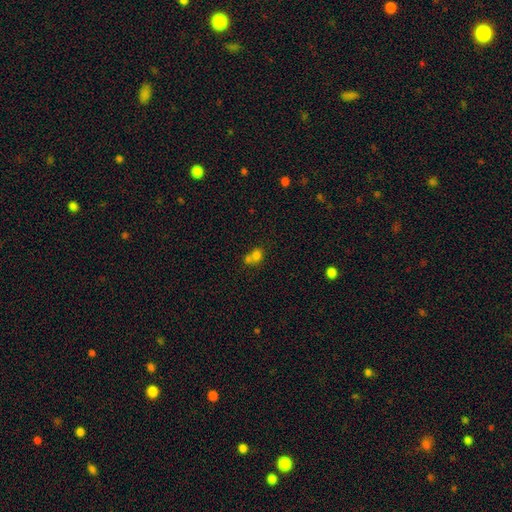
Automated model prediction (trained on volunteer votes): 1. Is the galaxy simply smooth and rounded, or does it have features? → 73% smooth, 15% star or artifact, 12% featured or disk.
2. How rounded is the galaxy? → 65% round, 34% in between, 1% cigar-shaped.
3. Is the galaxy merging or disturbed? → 56% merger, 31% none, 8% minor disturbance, 4% major disturbance.